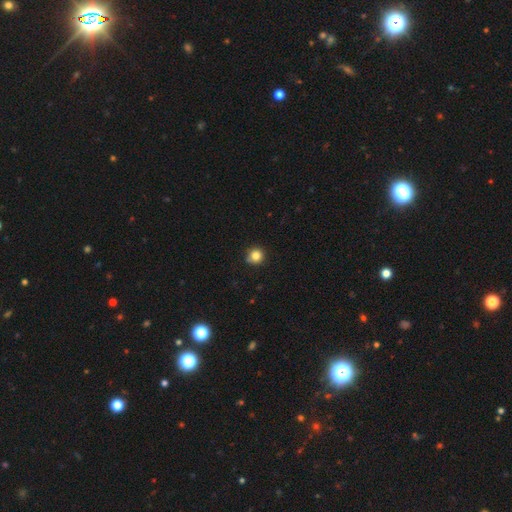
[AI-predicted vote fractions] Smooth or featured? smooth (83%)
How rounded? round (92%)
Merging? none (82%)